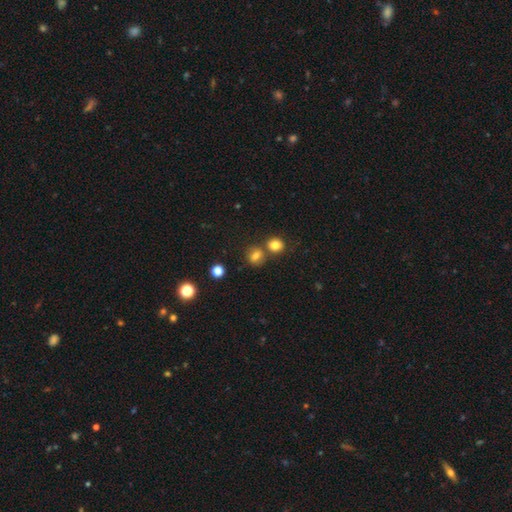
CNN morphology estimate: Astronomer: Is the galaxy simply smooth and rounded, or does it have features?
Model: smooth — 75%.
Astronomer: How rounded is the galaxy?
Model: round — 66%.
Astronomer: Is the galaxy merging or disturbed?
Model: none — 63%.